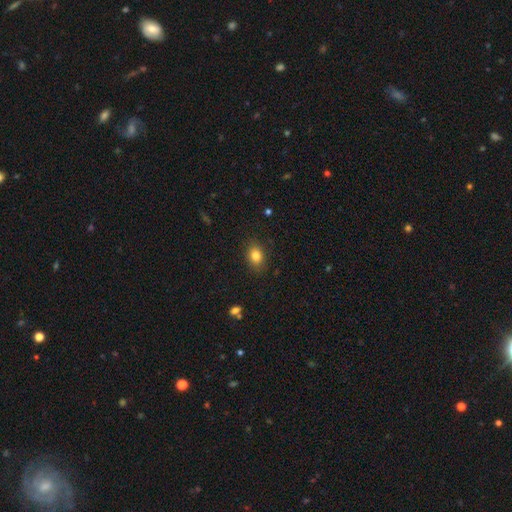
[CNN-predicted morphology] smooth-or-featured: smooth: 82% | star or artifact: 10% | featured or disk: 8%
  how-rounded: in between: 68% | round: 31% | cigar-shaped: 1%
  merging: none: 87% | minor disturbance: 10% | major disturbance: 3% | merger: 1%